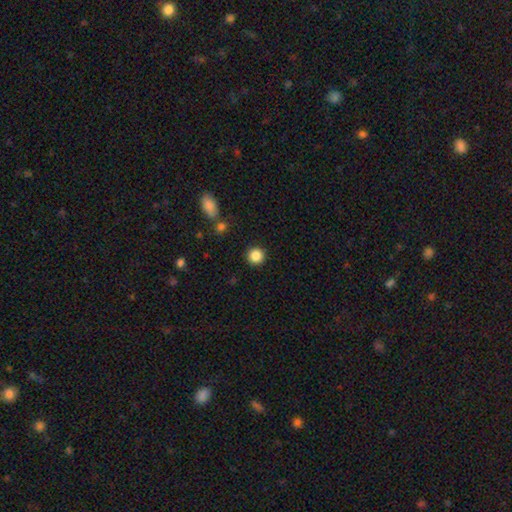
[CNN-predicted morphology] Overall: smooth (86%). How rounded: round (95%). Merging: none (91%).